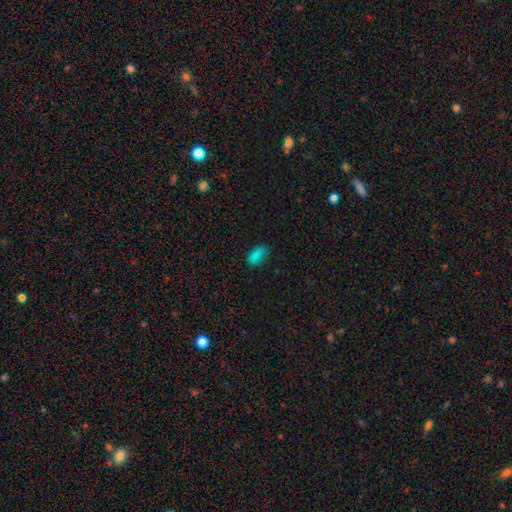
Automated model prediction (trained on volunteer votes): Smooth or featured? Predicted: smooth (p=0.82). How rounded? Predicted: in between (p=0.93). Merging? Predicted: none (p=0.75).